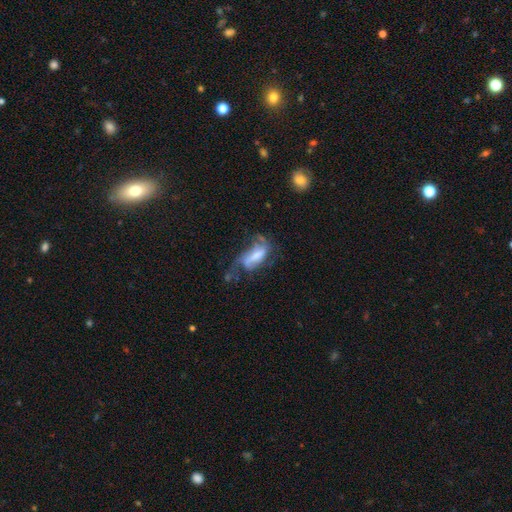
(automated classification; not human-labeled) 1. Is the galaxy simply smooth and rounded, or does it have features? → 64% featured or disk, 28% smooth, 8% star or artifact.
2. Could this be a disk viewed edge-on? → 91% no, 9% yes.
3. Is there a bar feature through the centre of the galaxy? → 39% weak, 32% strong, 29% no.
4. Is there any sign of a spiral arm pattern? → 76% yes, 24% no.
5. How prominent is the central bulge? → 37% moderate (tied), 37% small (tied), 14% none, 10% large, 2% dominant.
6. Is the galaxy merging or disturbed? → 38% major disturbance, 32% none, 24% minor disturbance, 6% merger.